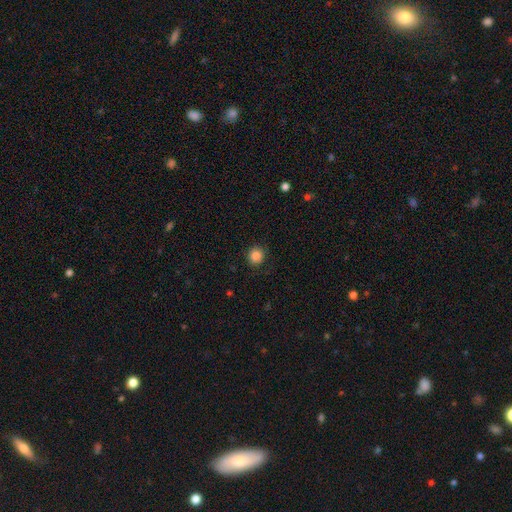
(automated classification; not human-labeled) This appears to be a smooth galaxy with no disk features (86%) that is round (90%). Merging: none (89%).